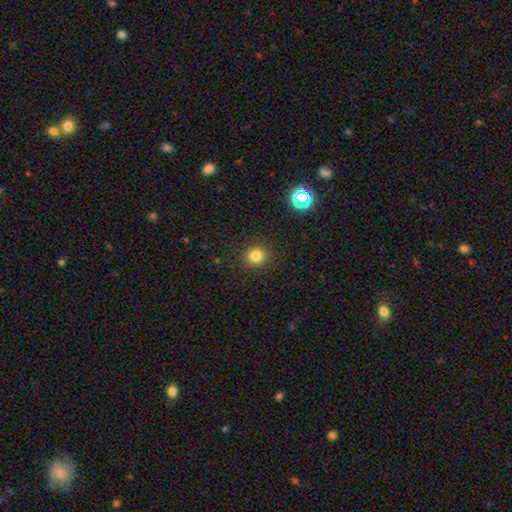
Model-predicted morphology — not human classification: type=smooth (80%); roundness=round (91%); merging=none (90%).